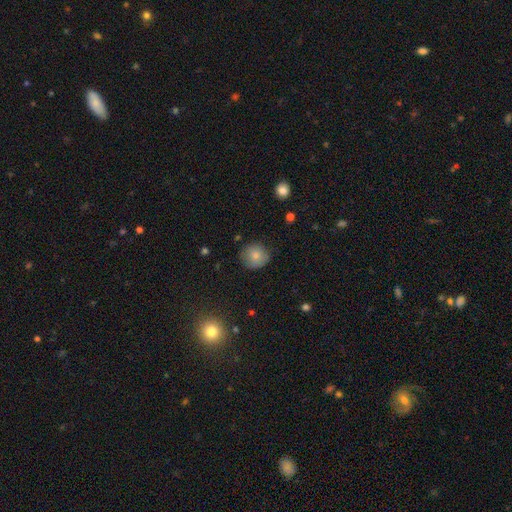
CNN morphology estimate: smooth 81%, featured or disk 10%, star or artifact 9%. Down the decision tree: how rounded — round (90%); merging — none (82%).